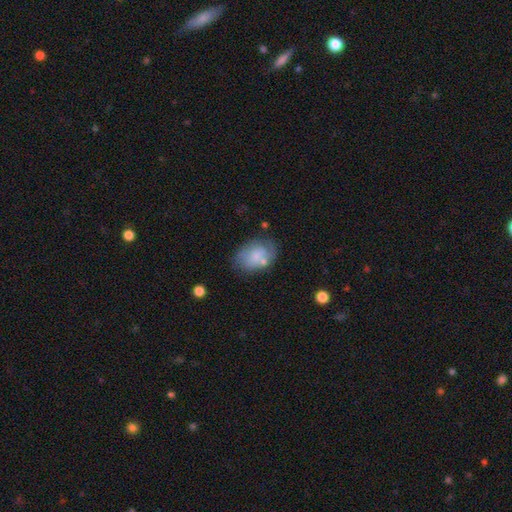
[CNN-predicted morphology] smooth 65%, featured or disk 28%, star or artifact 8%. Down the decision tree: how rounded — in between (76%); merging — none (55%).